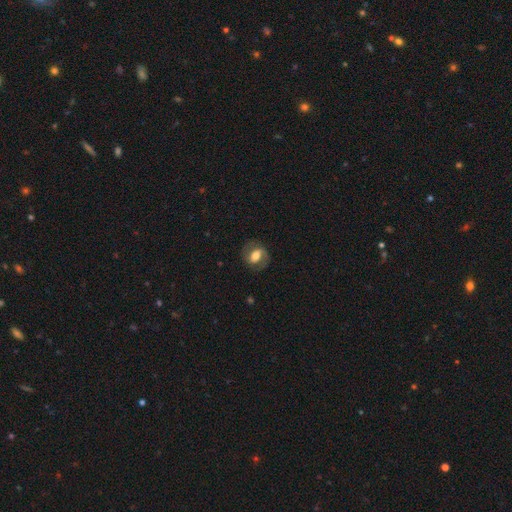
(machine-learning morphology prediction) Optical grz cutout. It shows a featured or disk galaxy (59%) with a weak bar (40%), spiral arms (81%) and a moderate central bulge (57%). Merging: none (77%).